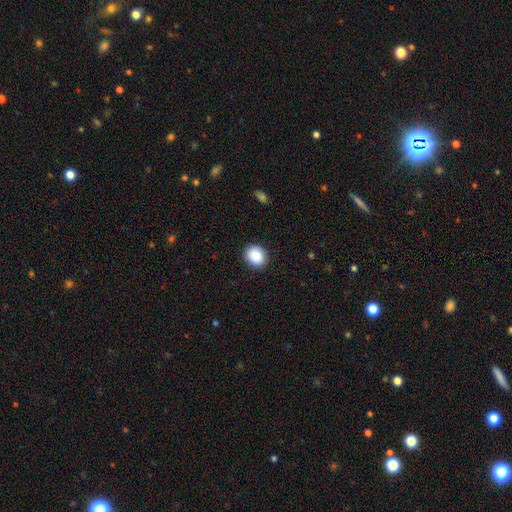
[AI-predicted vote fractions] smooth_or_featured: smooth (p=0.88) [alt: star or artifact p=0.08]
how_rounded: round (p=0.75) [alt: in between p=0.24]
merging: none (p=0.90) [alt: minor disturbance p=0.07]